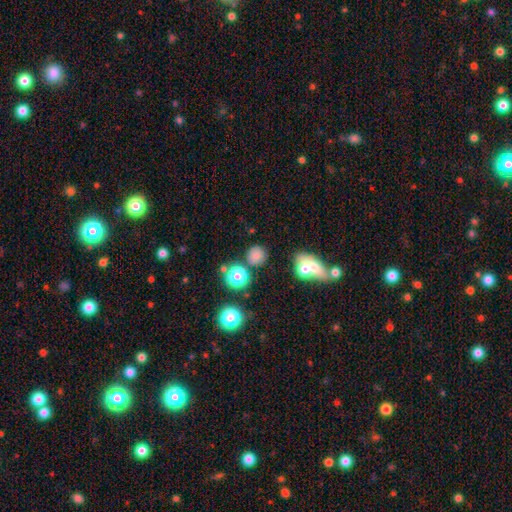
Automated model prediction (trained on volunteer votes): smooth 75%, star or artifact 17%, featured or disk 8%. Down the decision tree: how rounded — round (87%); merging — none (74%).